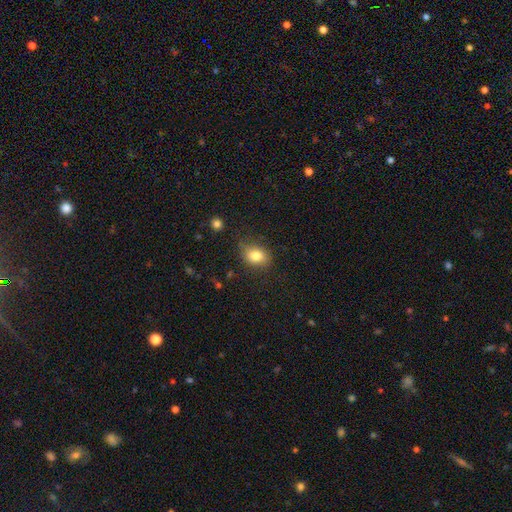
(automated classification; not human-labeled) This is clearly a smooth galaxy (81%). How rounded: likely in between (69%). Merging: likely none (73%).